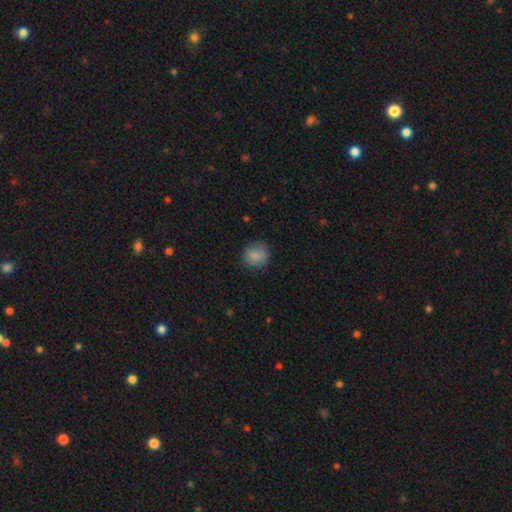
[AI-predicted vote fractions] A smooth galaxy with no disk features (85%) that is round (83%). Merging: none (80%).